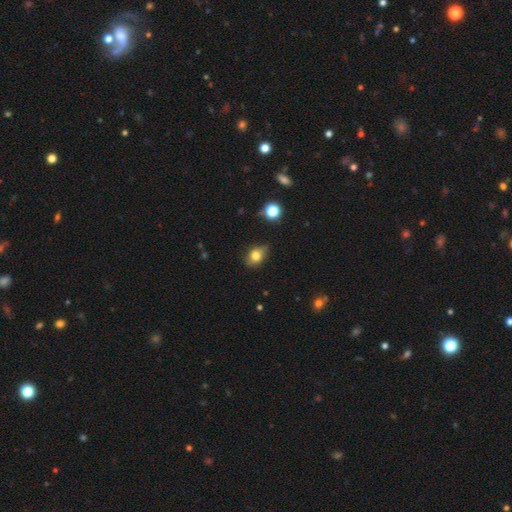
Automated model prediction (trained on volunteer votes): Smooth or featured? Predicted: smooth (p=0.74). How rounded? Predicted: in between (p=0.61). Merging? Predicted: none (p=0.59).